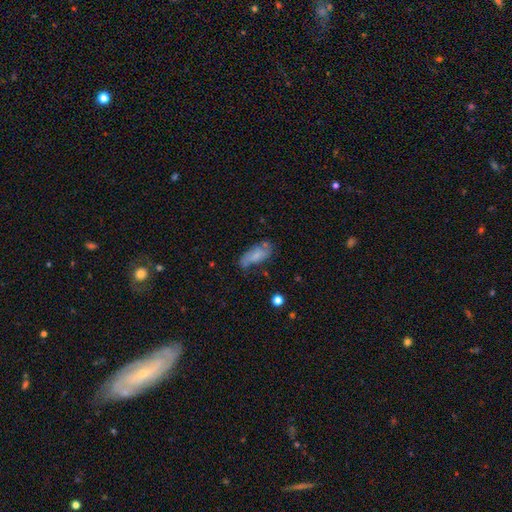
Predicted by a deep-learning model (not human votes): Morphology: type=smooth (66%); roundness=in between (80%); merging=none (48%).